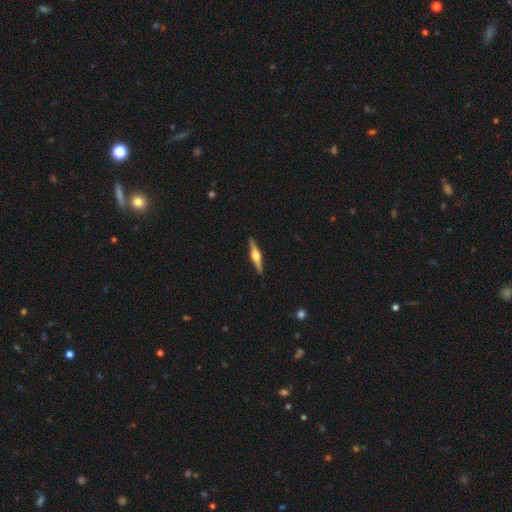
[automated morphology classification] Smooth or featured?
  - featured or disk: 76% *
  - smooth: 19%
  - star or artifact: 5%
Edge-on disk?
  - yes: 98% *
  - no: 2%
Edge-on bulge?
  - rounded: 93% *
  - boxy: 5%
  - none: 2%
Merging?
  - none: 91% *
  - minor disturbance: 6%
  - major disturbance: 1%
  - merger: 1%